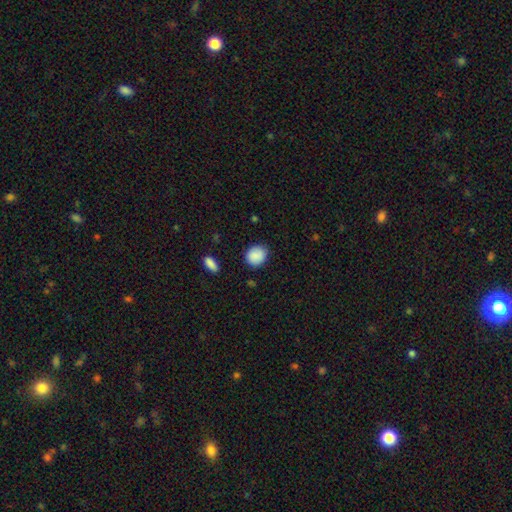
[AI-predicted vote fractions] Overall: smooth (87%). How rounded: round (71%). Merging: none (83%).